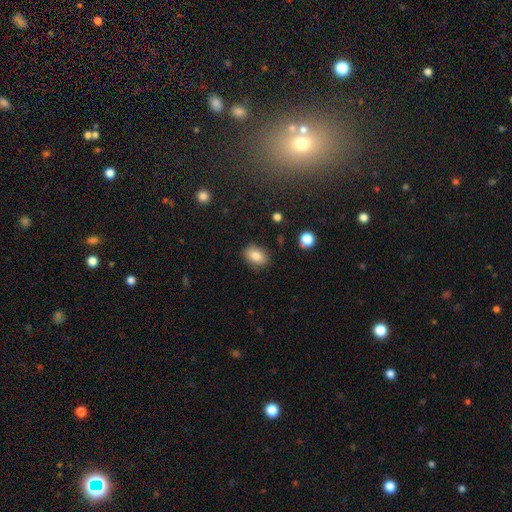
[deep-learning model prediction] This is clearly a smooth galaxy (84%). How rounded: likely in between (80%). Merging: clearly none (84%).